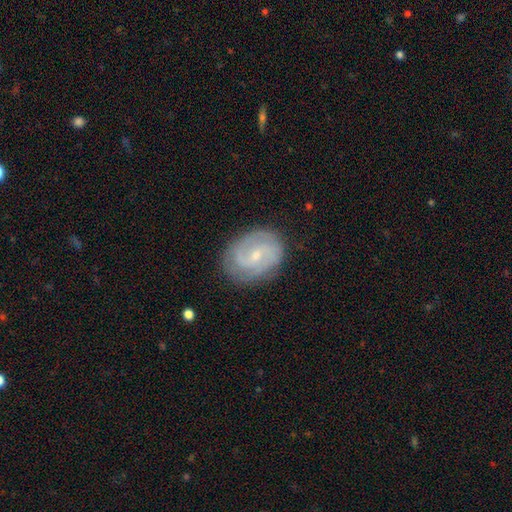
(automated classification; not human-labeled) This appears to be a featured or disk galaxy (82%) with a weak bar (51%), 2 (72%) medium (45%) spiral arms (95%) and a small central bulge (69%). Merging: none (80%).